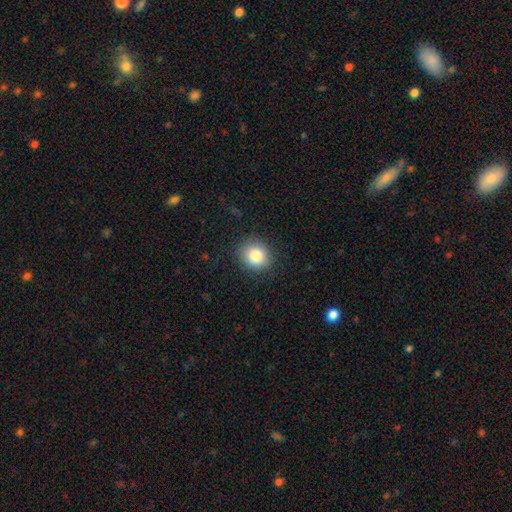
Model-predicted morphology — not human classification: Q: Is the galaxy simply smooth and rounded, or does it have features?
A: smooth — 83%.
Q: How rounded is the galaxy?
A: round — 83%.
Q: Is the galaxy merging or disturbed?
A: none — 88%.